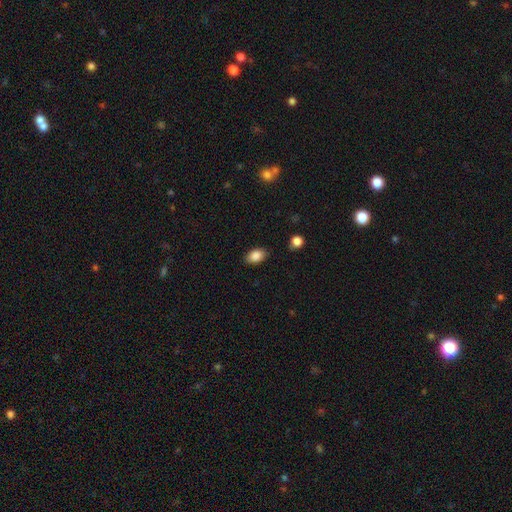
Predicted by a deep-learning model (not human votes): Smooth or featured? smooth (86%)
How rounded? in between (88%)
Merging? none (84%)